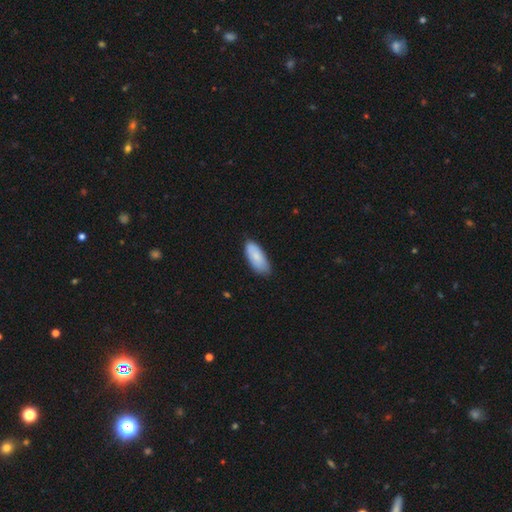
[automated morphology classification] A smooth galaxy with no disk features (84%) that is in between round and cigar-shaped (85%). Merging: none (77%).